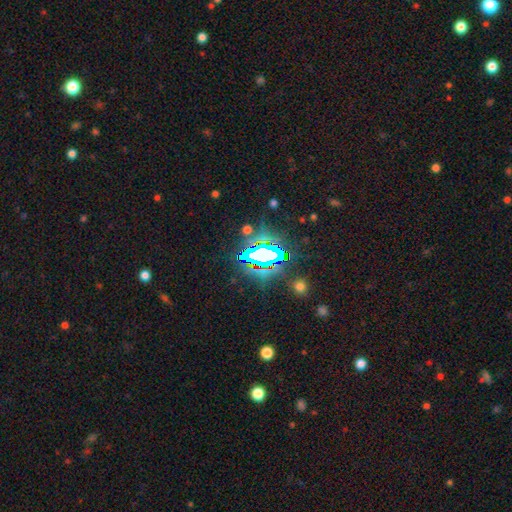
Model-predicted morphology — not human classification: This is likely a star or artifact rather than a galaxy (72%).